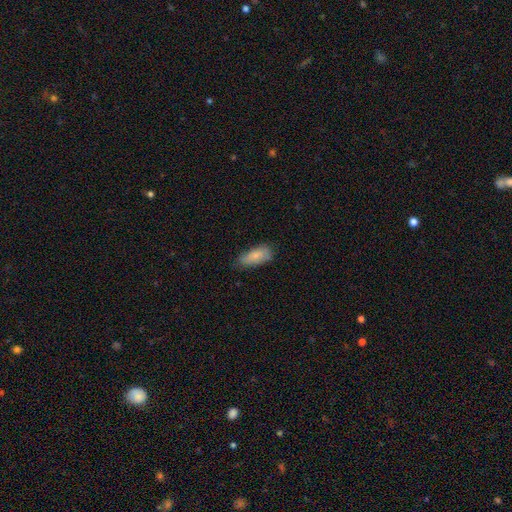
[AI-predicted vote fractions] A smooth galaxy with no disk features (82%) that is in between round and cigar-shaped (82%). Merging: none (66%).